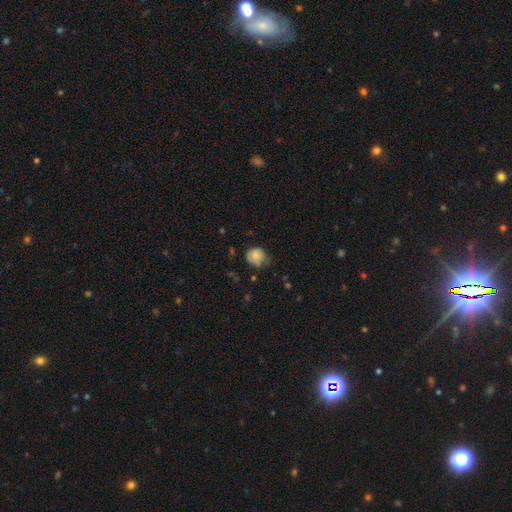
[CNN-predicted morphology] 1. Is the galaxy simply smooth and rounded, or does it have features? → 82% smooth, 9% featured or disk, 9% star or artifact.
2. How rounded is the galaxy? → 80% round, 19% in between, 1% cigar-shaped.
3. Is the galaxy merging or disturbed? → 59% none, 32% minor disturbance, 7% major disturbance, 2% merger.